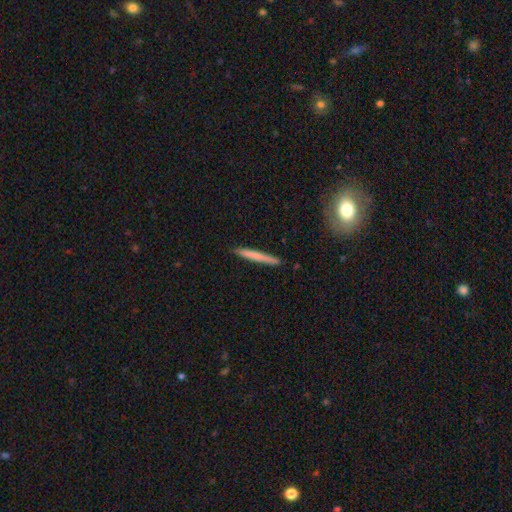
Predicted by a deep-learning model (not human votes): This appears to be a smooth galaxy with no disk features (67%) that is cigar-shaped (96%). Merging: none (90%).